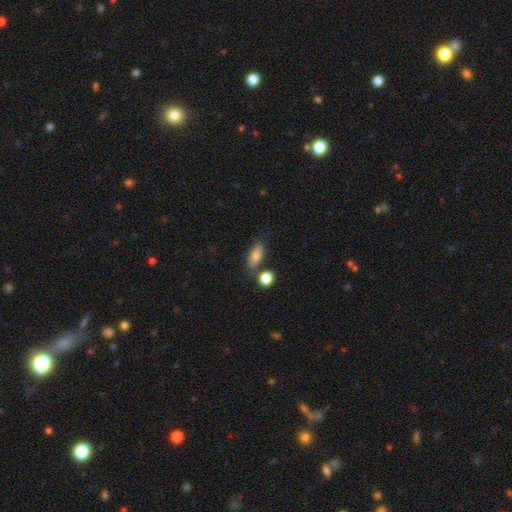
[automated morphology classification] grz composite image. It shows a smooth galaxy with no disk features (81%) that is in between round and cigar-shaped (80%). Merging: none (72%).